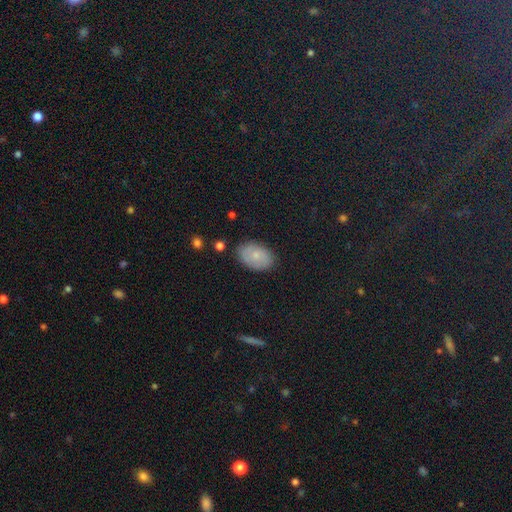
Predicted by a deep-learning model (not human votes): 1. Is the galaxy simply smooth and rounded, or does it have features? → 69% smooth, 21% featured or disk, 9% star or artifact.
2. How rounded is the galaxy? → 86% in between, 13% round, 1% cigar-shaped.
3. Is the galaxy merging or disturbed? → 84% none, 12% minor disturbance, 3% major disturbance, 1% merger.